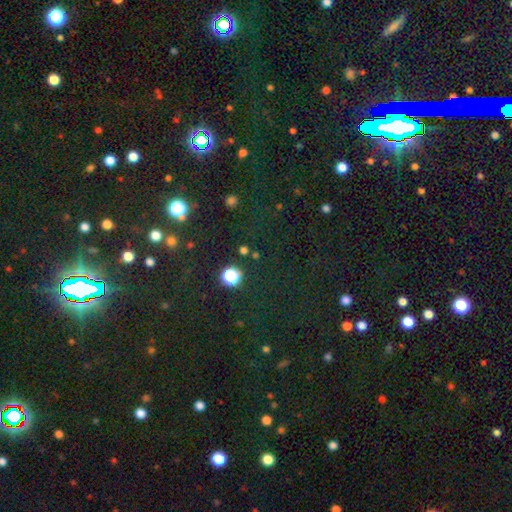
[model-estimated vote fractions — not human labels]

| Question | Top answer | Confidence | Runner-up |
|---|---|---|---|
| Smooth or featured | star or artifact | 53% | smooth (39%) |